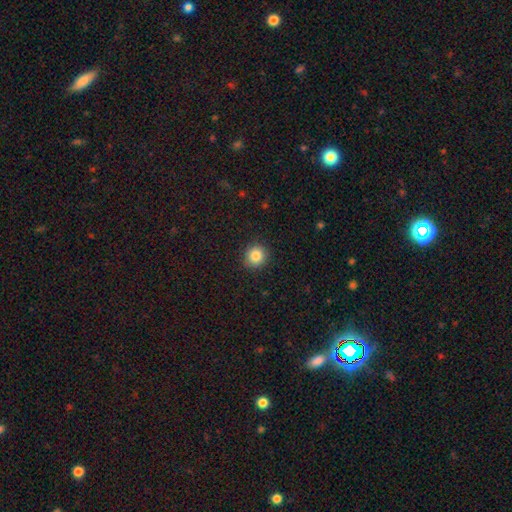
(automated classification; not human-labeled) smooth-or-featured: smooth: 85% | star or artifact: 10% | featured or disk: 6%
  how-rounded: round: 91% | in between: 8% | cigar-shaped: 1%
  merging: none: 91% | minor disturbance: 6% | major disturbance: 2% | merger: 1%